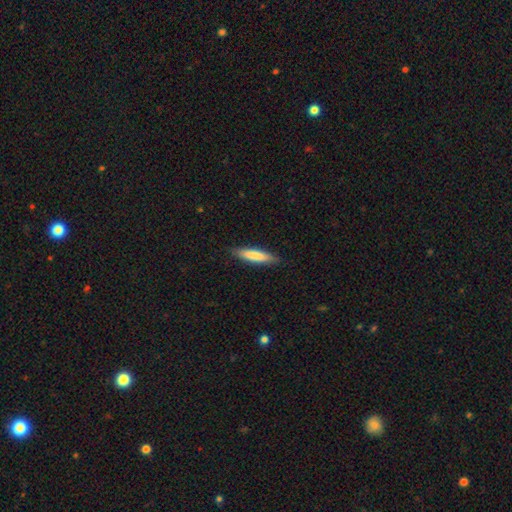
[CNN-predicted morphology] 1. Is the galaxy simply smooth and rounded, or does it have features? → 78% smooth, 16% featured or disk, 5% star or artifact.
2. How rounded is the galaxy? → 81% cigar-shaped, 18% in between, 1% round.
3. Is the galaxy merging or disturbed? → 87% none, 10% minor disturbance, 2% major disturbance, 1% merger.